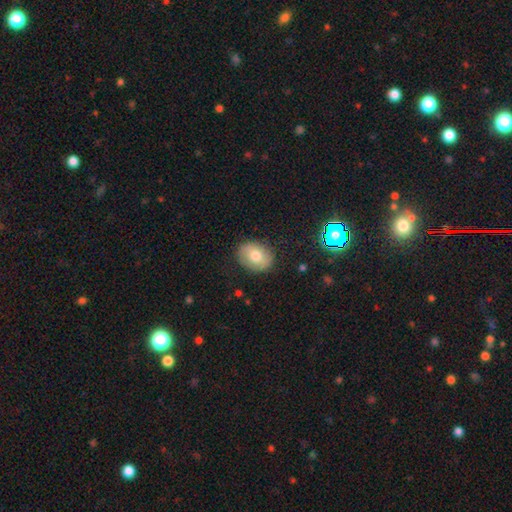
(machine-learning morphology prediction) Smooth or featured?
  - smooth: 70% *
  - featured or disk: 21%
  - star or artifact: 9%
How rounded?
  - in between: 56% *
  - round: 43%
  - cigar-shaped: 1%
Merging?
  - none: 84% *
  - minor disturbance: 12%
  - major disturbance: 3%
  - merger: 1%